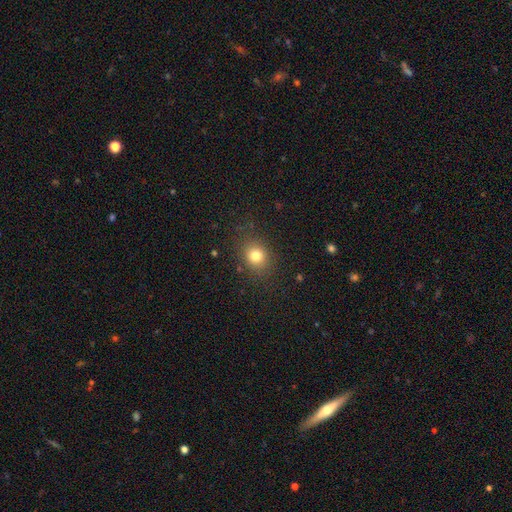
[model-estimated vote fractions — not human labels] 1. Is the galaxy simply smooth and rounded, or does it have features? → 79% smooth, 13% star or artifact, 8% featured or disk.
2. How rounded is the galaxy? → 68% round, 31% in between, 1% cigar-shaped.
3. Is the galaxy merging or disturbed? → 83% none, 11% minor disturbance, 4% major disturbance, 1% merger.